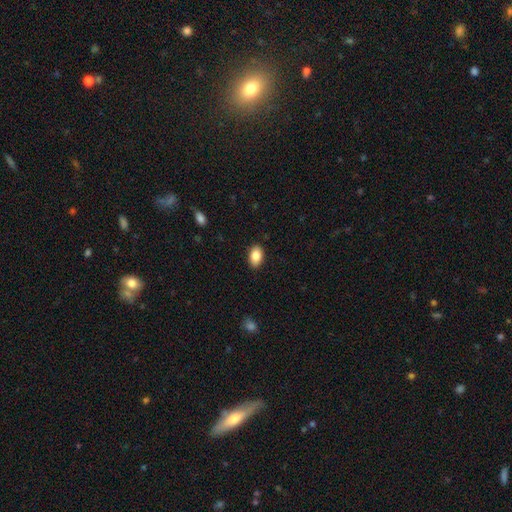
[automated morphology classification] Smooth or featured? Predicted: smooth (p=0.86). How rounded? Predicted: in between (p=0.90). Merging? Predicted: none (p=0.89).